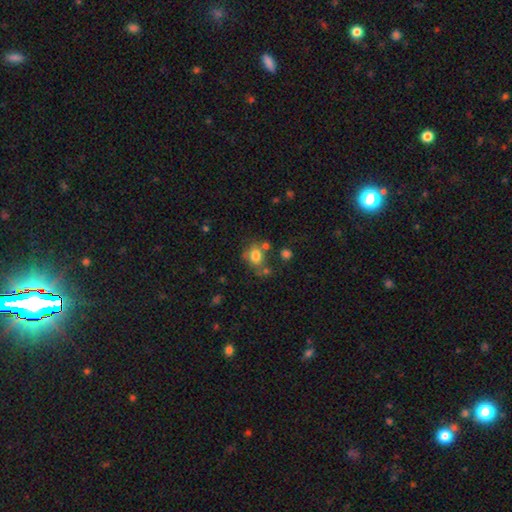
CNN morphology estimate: A smooth galaxy with no disk features (75%) that is round (56%). Merging: none (52%).